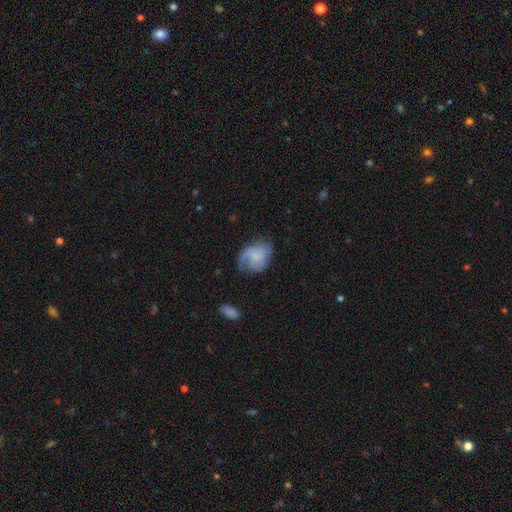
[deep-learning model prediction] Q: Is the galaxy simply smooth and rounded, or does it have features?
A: featured or disk — 52%.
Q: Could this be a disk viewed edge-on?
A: no — 97%.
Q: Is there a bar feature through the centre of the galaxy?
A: no — 66%.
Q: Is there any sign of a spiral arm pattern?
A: yes — 85%.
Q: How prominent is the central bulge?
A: small — 50%.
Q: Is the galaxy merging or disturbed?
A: none — 50%.